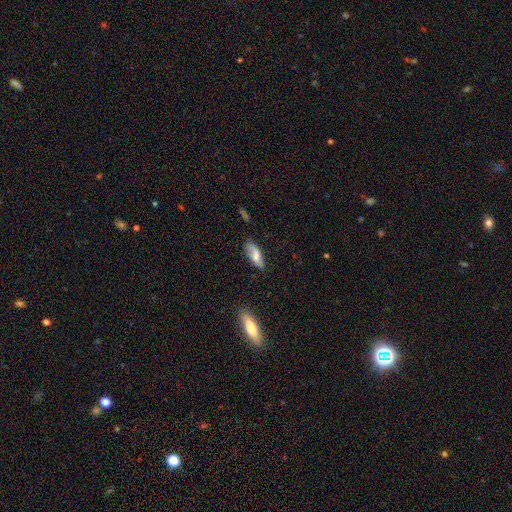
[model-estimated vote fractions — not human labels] The model was most divided on "smooth or featured": smooth: 64%, featured or disk: 28%, star or artifact: 7%. More confident: how rounded — in between (79%); merging — none (70%).